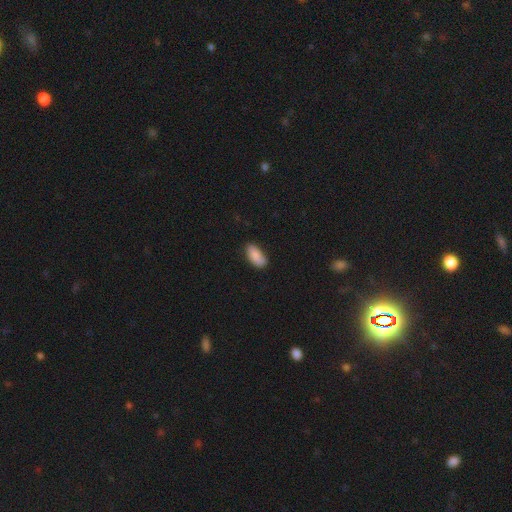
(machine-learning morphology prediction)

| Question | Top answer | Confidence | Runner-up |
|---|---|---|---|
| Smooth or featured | smooth | 86% | featured or disk (7%) |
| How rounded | in between | 92% | cigar-shaped (6%) |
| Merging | none | 76% | minor disturbance (19%) |